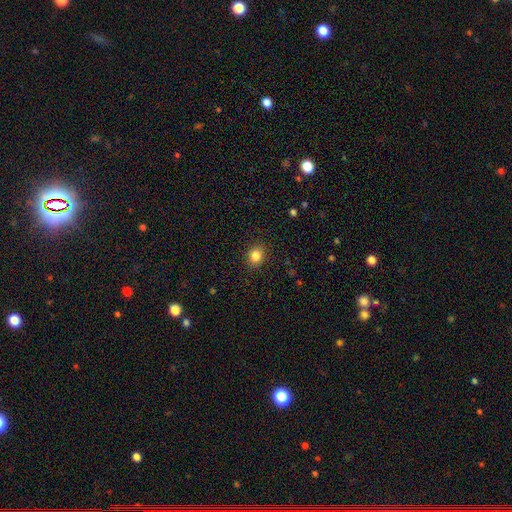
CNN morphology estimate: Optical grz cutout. It shows a smooth galaxy with no disk features (84%) that is round (62%). Merging: none (89%).